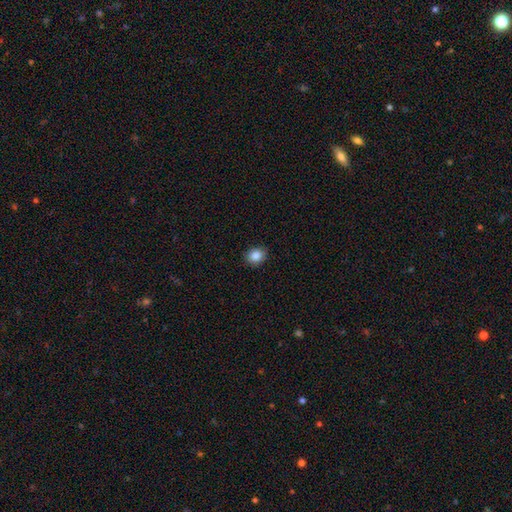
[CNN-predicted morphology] Smooth or featured: smooth — 86% (star or artifact — 9%)
How rounded: round — 57% (in between — 42%)
Merging: none — 89% (minor disturbance — 8%)